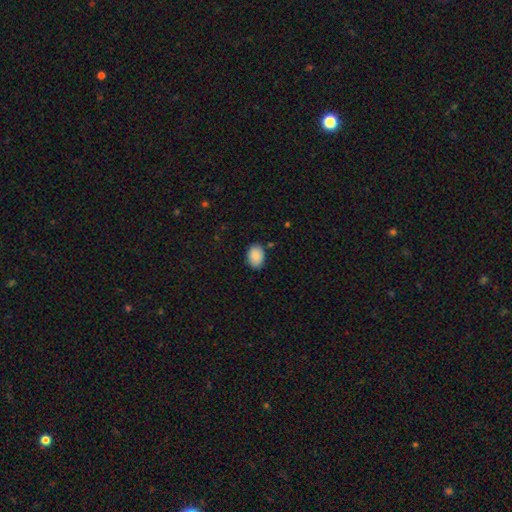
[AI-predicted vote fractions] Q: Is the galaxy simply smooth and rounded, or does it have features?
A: smooth — 90%.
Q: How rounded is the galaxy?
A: in between — 79%.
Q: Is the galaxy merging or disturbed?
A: none — 83%.